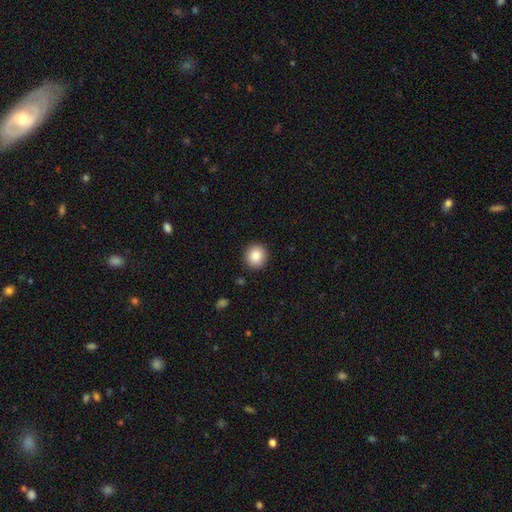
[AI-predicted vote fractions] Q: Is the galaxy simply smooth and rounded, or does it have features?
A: smooth — 87%.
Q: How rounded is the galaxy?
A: round — 92%.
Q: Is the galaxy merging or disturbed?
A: none — 91%.